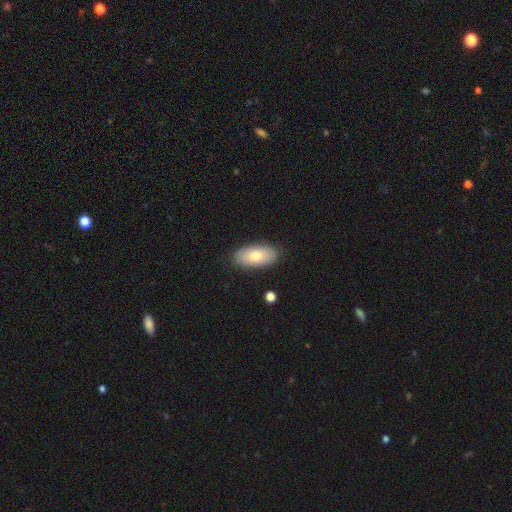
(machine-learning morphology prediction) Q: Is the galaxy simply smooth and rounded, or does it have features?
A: smooth — 76%.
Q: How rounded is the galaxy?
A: in between — 91%.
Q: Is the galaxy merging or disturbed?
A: none — 88%.